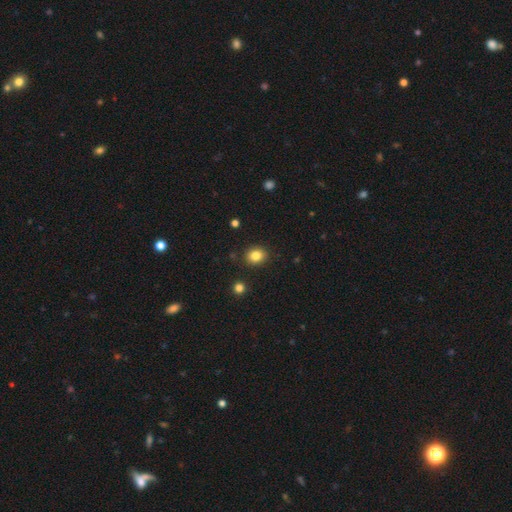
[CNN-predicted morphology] This is clearly a smooth galaxy (84%). How rounded: likely round (64%). Merging: clearly none (88%).